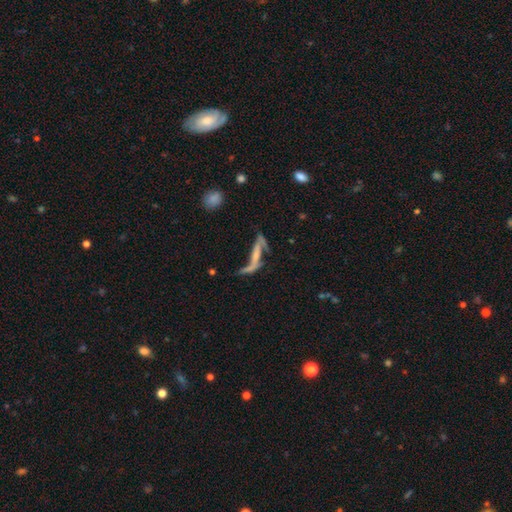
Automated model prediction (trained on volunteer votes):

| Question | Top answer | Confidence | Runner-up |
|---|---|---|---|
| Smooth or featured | featured or disk | 66% | smooth (22%) |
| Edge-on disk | no | 69% | yes (31%) |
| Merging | major disturbance | 36% | none (31%) |